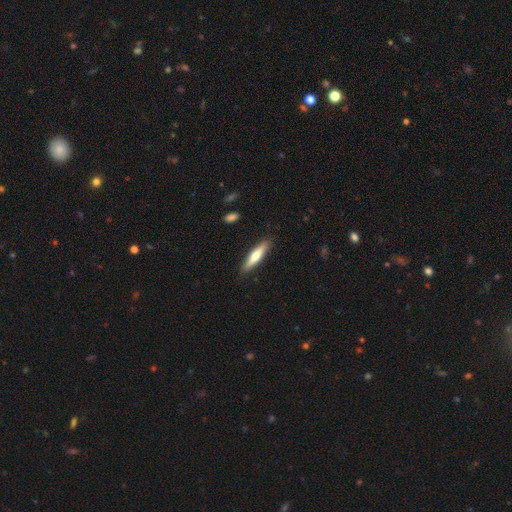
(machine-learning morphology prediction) A smooth galaxy with no disk features (63%) that is cigar-shaped (81%).

Vote fractions:
- Smooth or featured? smooth: 63% / featured or disk: 32% / star or artifact: 5%
- How rounded? cigar-shaped: 81% / in between: 18% / round: 1%
- Merging? none: 88% / minor disturbance: 9% / major disturbance: 2% / merger: 1%